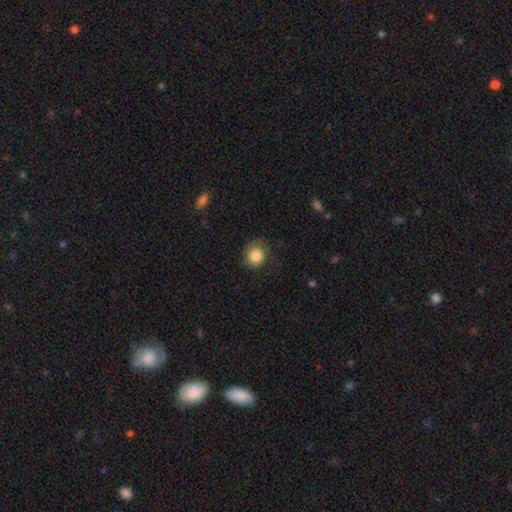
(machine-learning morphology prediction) Smooth or featured? smooth (84%)
How rounded? round (81%)
Merging? none (70%)